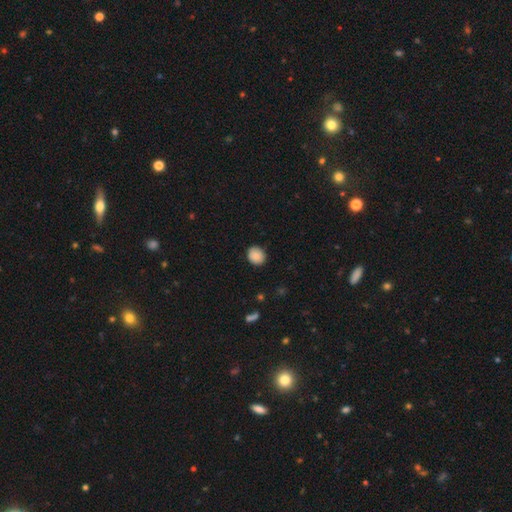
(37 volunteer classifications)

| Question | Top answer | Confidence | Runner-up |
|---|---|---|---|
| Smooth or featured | smooth | 97% | star or artifact (3%) |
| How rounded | round | 72% | in between (28%) |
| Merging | none | 86% | minor disturbance (8%) |